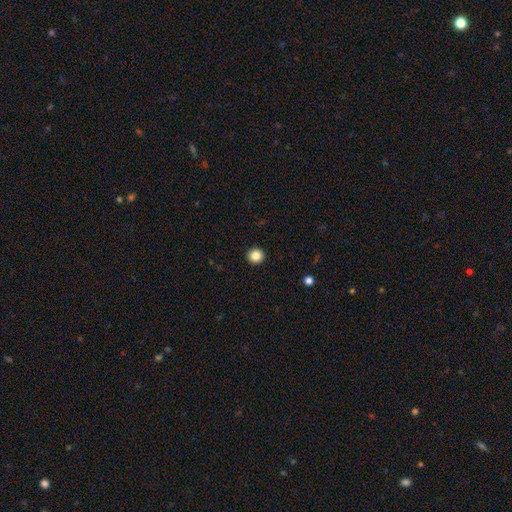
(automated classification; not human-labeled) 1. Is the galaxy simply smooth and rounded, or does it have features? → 85% smooth, 10% star or artifact, 4% featured or disk.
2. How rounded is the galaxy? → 94% round, 5% in between, 1% cigar-shaped.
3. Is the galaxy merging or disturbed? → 94% none, 4% minor disturbance, 1% major disturbance, 1% merger.